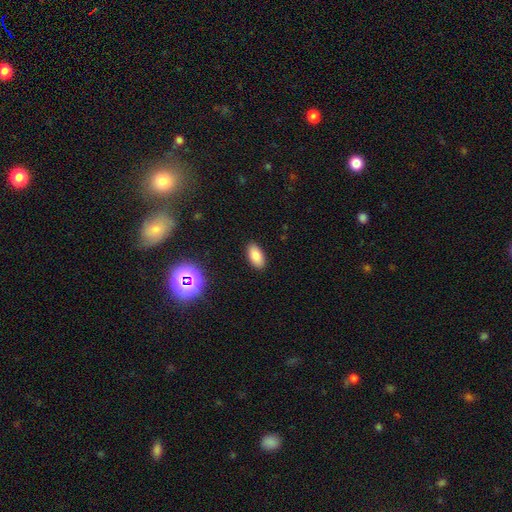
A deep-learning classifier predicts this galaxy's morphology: A smooth galaxy with no disk features (82%) that is in between round and cigar-shaped (92%). Merging: none (89%).